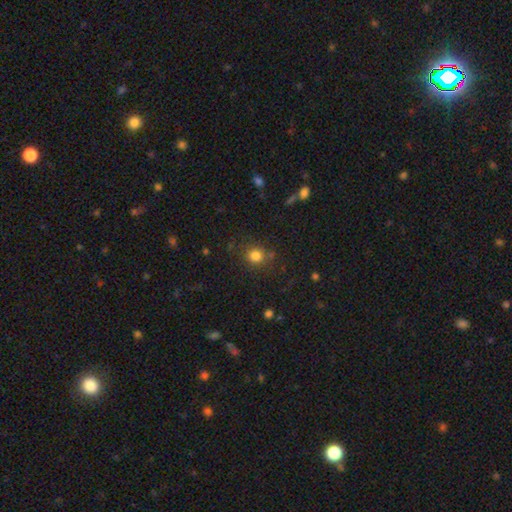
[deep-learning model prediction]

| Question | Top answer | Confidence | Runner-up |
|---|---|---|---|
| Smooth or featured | smooth | 81% | star or artifact (13%) |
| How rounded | round | 86% | in between (13%) |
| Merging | none | 81% | minor disturbance (11%) |